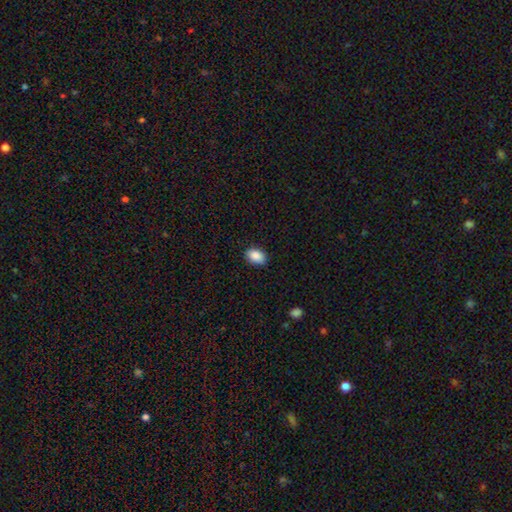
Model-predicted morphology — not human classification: smooth 89%, star or artifact 8%, featured or disk 3%. Down the decision tree: how rounded — in between (85%); merging — none (87%).